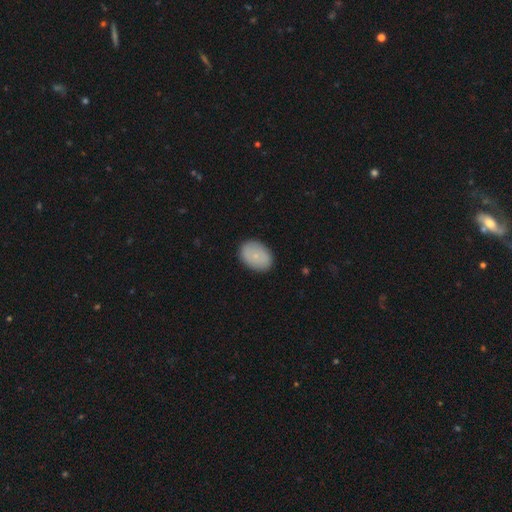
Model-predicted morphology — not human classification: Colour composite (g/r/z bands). It shows a smooth galaxy with no disk features (77%) that is in between round and cigar-shaped (77%). Merging: none (88%).